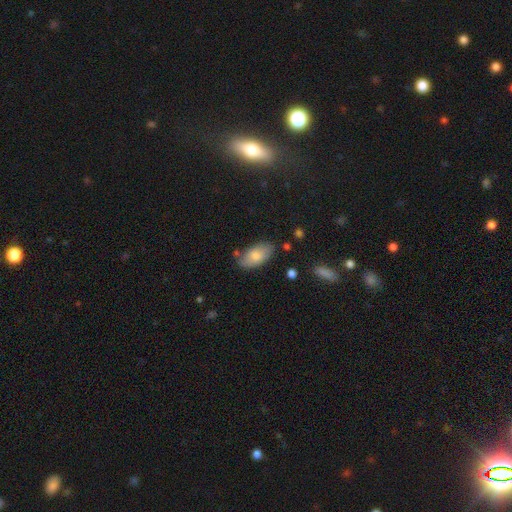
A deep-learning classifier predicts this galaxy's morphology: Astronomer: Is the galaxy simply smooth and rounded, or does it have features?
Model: smooth — 77%.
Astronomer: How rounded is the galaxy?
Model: in between — 93%.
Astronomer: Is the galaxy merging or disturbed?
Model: none — 74%.